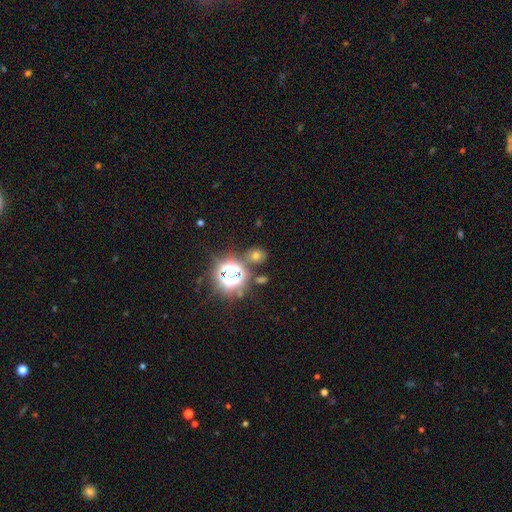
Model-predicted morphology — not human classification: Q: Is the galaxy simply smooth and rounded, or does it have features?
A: smooth — 53%.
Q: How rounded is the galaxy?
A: round — 62%.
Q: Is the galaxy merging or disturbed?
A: none — 77%.